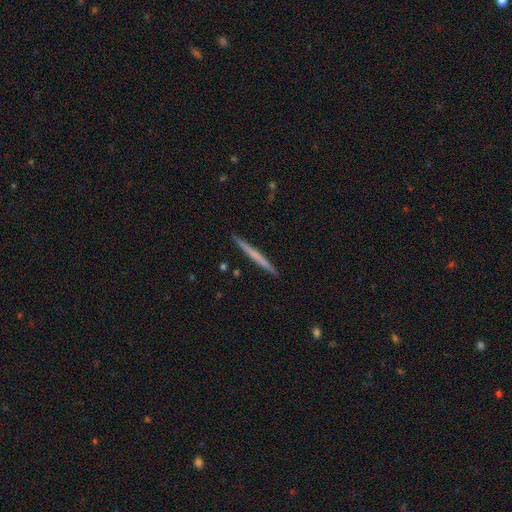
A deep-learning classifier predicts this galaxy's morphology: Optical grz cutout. It shows a smooth galaxy with no disk features (48%). Merging: none (92%).